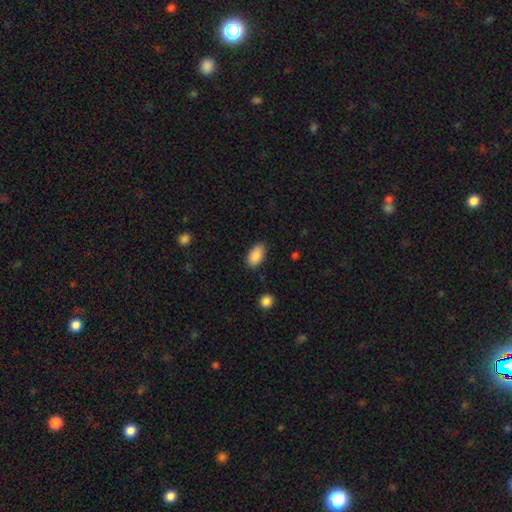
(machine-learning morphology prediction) smooth_or_featured: smooth (p=0.89) [alt: star or artifact p=0.07]
how_rounded: in between (p=0.94) [alt: round p=0.05]
merging: none (p=0.82) [alt: minor disturbance p=0.13]